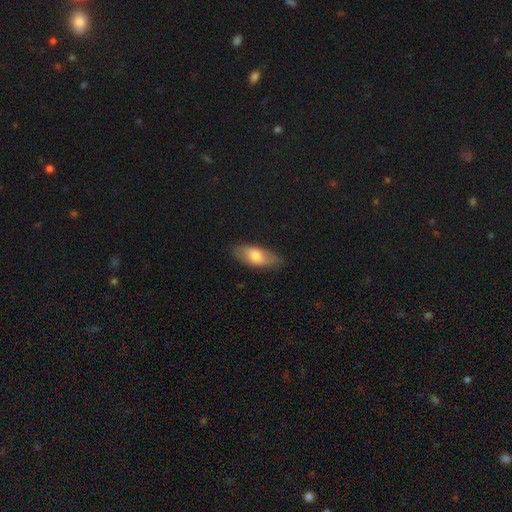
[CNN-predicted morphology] Smooth or featured? smooth (68%)
How rounded? in between (83%)
Merging? none (77%)